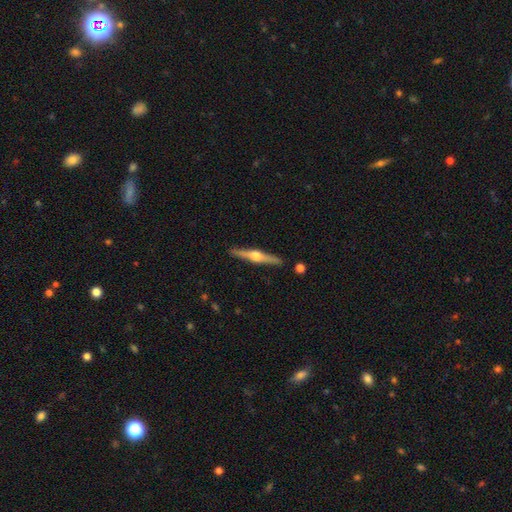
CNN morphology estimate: This appears to be a featured or disk galaxy (79%) viewed edge-on (98%) with a rounded central bulge (95%). Merging: none (91%).